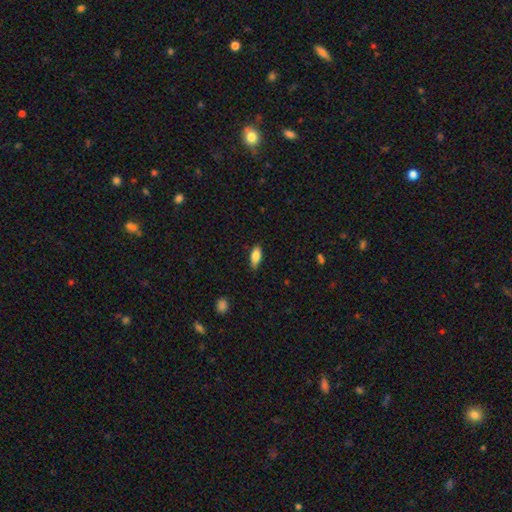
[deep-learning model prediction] smooth_or_featured: smooth (p=0.84) [alt: featured or disk p=0.10]
how_rounded: in between (p=0.80) [alt: cigar-shaped p=0.17]
merging: none (p=0.81) [alt: minor disturbance p=0.15]